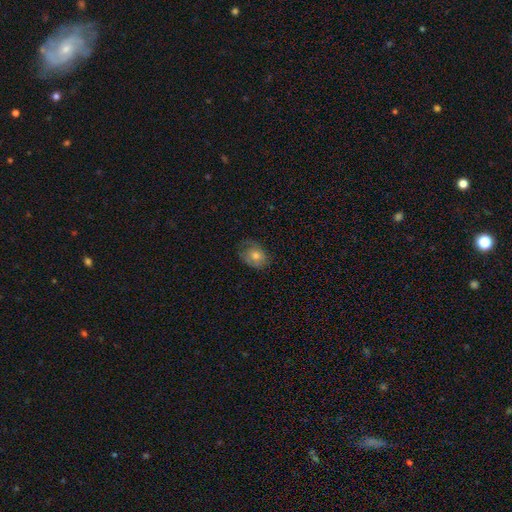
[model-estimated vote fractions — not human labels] Overall: smooth (62%; featured or disk 28%). How rounded: in between (58%; round 41%). Merging: none (66%).